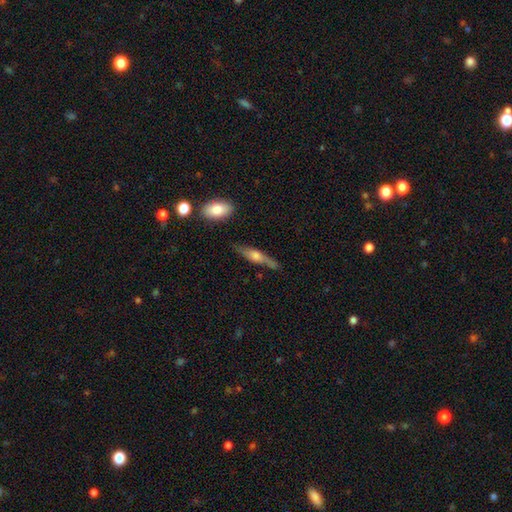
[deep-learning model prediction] This appears to be a featured or disk galaxy (60%) viewed edge-on (91%) with a rounded central bulge (86%). Merging: none (76%).